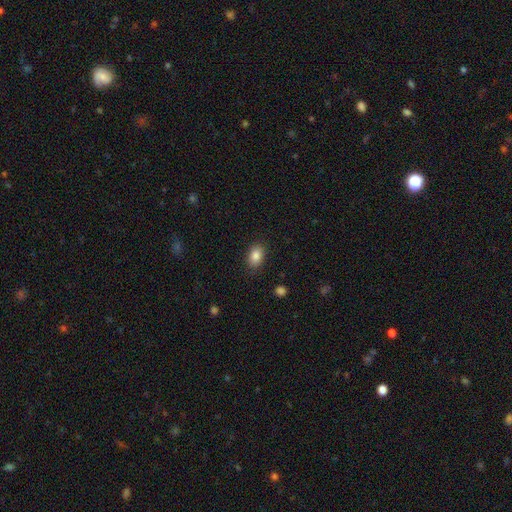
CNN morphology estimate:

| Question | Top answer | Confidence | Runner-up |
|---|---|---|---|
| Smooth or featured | smooth | 86% | star or artifact (8%) |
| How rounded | in between | 81% | round (18%) |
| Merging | none | 85% | minor disturbance (11%) |